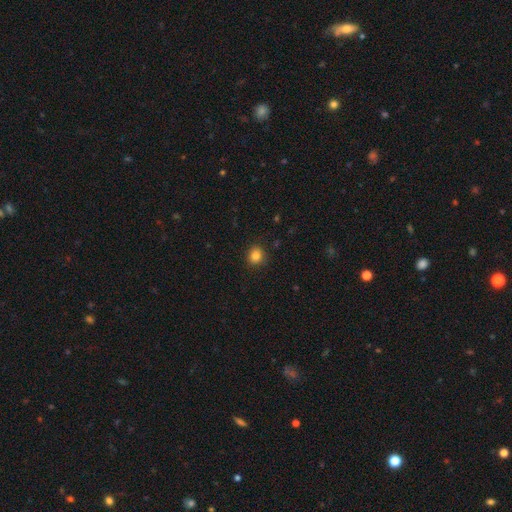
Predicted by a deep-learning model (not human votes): Smooth or featured? Predicted: smooth (p=0.83). How rounded? Predicted: round (p=0.82). Merging? Predicted: none (p=0.90).